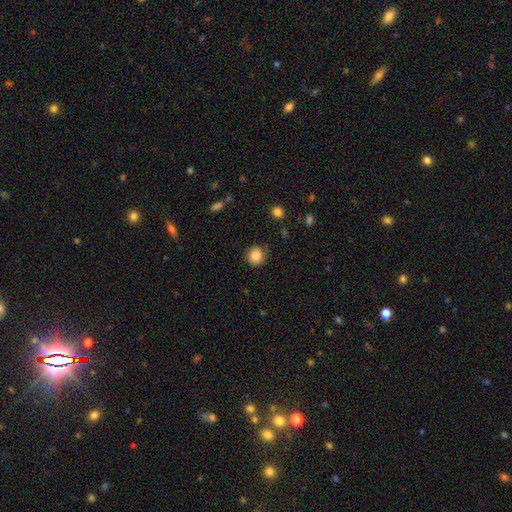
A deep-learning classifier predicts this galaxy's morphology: Q: Smooth or featured?
A: smooth (84%); runner-up: star or artifact (10%)
Q: How rounded?
A: round (89%); runner-up: in between (10%)
Q: Merging?
A: none (81%); runner-up: minor disturbance (14%)